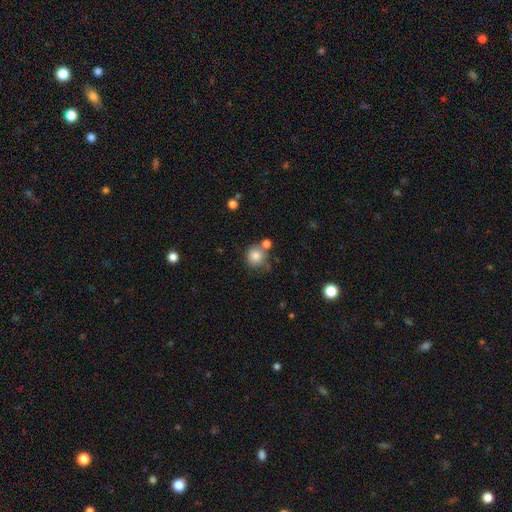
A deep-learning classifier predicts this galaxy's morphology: A smooth galaxy with no disk features (82%) that is round (90%).

Vote fractions:
- Smooth or featured? smooth: 82% / star or artifact: 10% / featured or disk: 8%
- How rounded? round: 90% / in between: 9% / cigar-shaped: 1%
- Merging? none: 64% / merger: 19% / minor disturbance: 13% / major disturbance: 4%